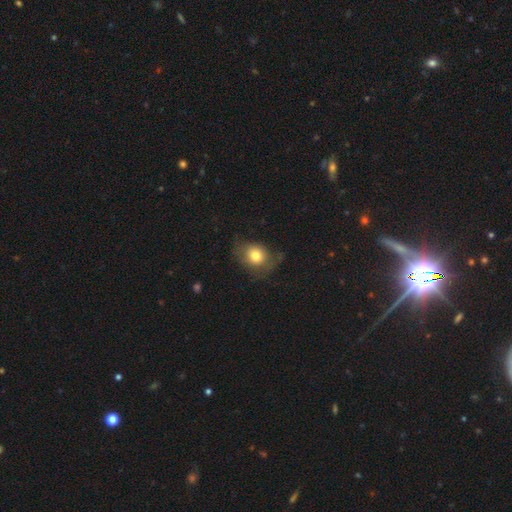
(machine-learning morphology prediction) Smooth or featured: smooth — 73% (featured or disk — 18%)
How rounded: round — 63% (in between — 36%)
Merging: none — 53% (minor disturbance — 28%)